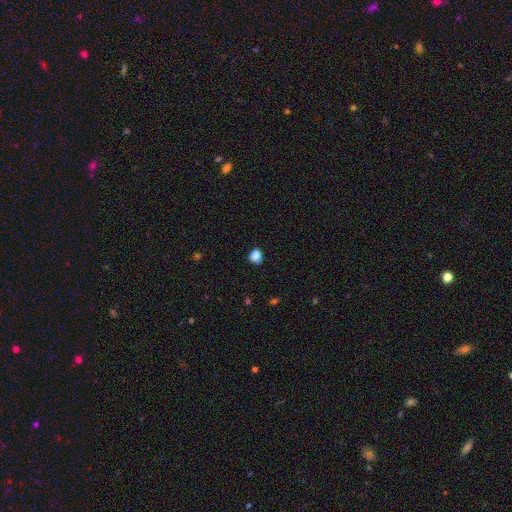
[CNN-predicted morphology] smooth 85%, star or artifact 11%, featured or disk 5%. Down the decision tree: how rounded — round (54%); merging — none (71%).